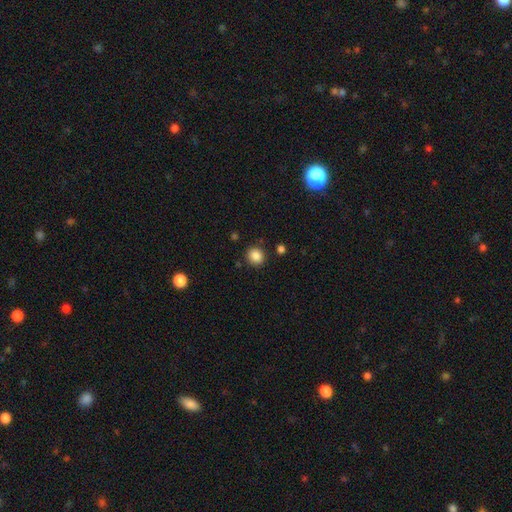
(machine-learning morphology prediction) Smooth or featured? smooth (87%)
How rounded? round (73%)
Merging? none (86%)